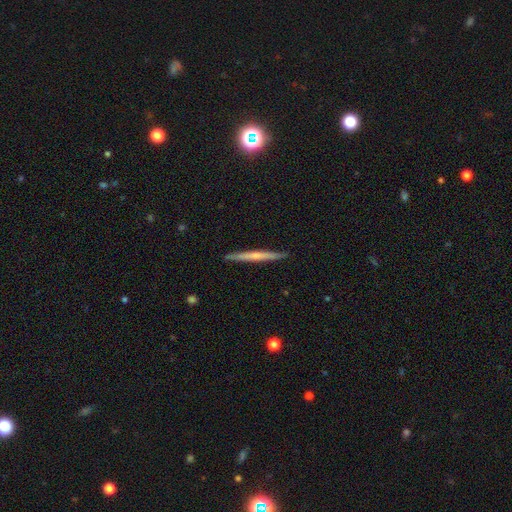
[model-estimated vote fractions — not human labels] The model was most divided on "smooth or featured": featured or disk: 55%, smooth: 40%, star or artifact: 6%. More confident: edge-on disk — yes (97%); merging — none (91%); edge-on bulge — none (59%).